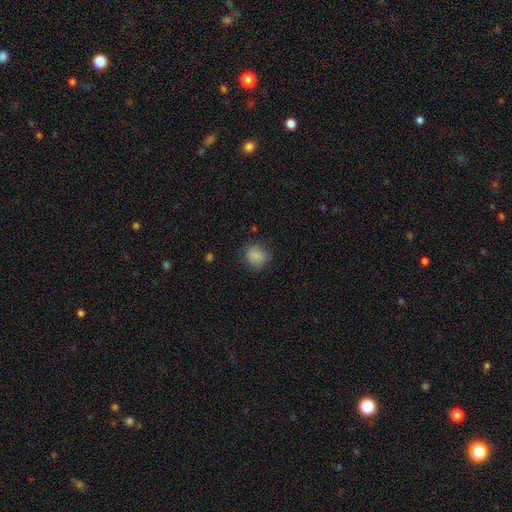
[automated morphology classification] Smooth or featured: smooth — 85% (star or artifact — 10%)
How rounded: round — 76% (in between — 23%)
Merging: none — 80% (minor disturbance — 14%)